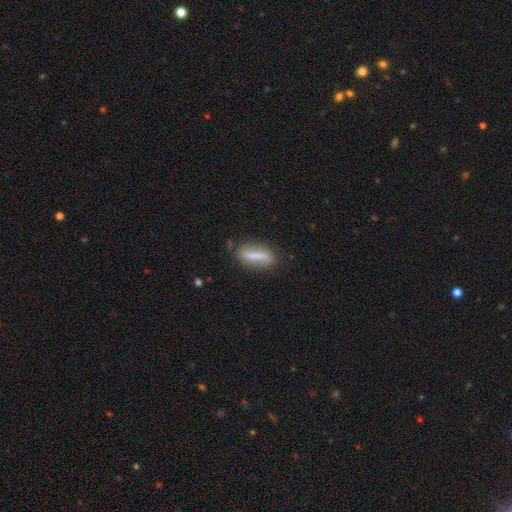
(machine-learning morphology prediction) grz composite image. It shows a smooth galaxy with no disk features (49%). Merging: none (75%).